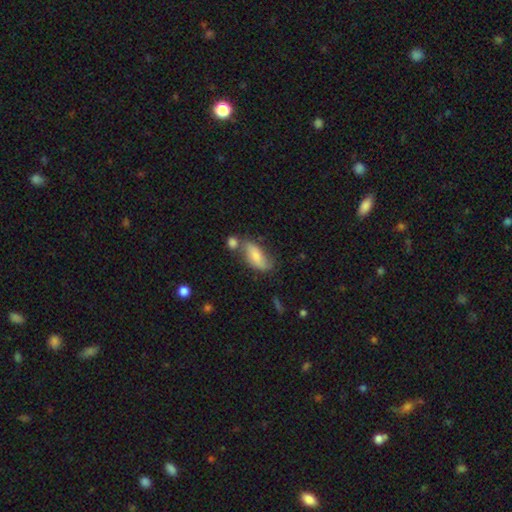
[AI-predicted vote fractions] Overall: smooth (66%; featured or disk 27%). How rounded: in between (82%). Merging: none (48%; minor disturbance 23%).